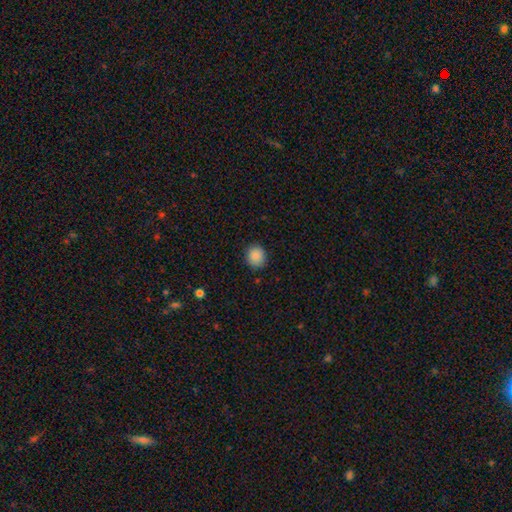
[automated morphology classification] This appears to be a smooth galaxy with no disk features (87%) that is round (77%). Merging: none (86%).